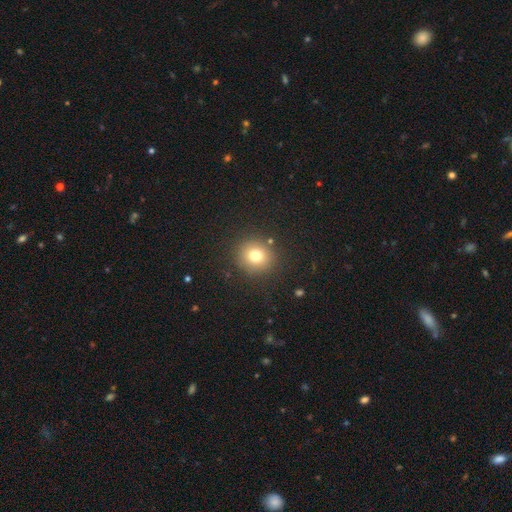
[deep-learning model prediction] This is likely a smooth galaxy (75%). How rounded: clearly round (90%). Merging: clearly none (89%).